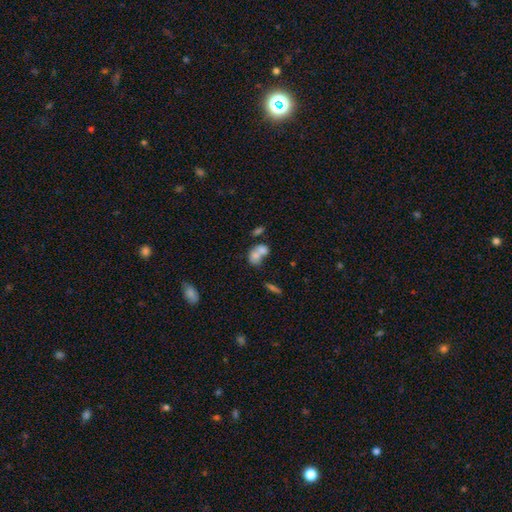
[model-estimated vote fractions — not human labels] Morphology: type=smooth (72%); roundness=in between (64%); merging=merger (65%).